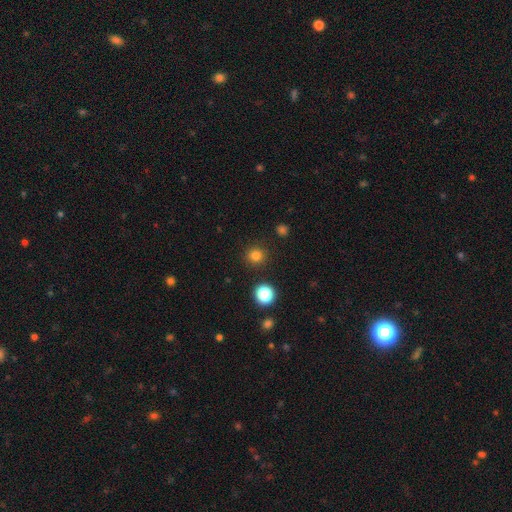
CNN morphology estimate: smooth_or_featured: smooth (p=0.79) [alt: star or artifact p=0.16]
how_rounded: round (p=0.92) [alt: in between p=0.07]
merging: none (p=0.90) [alt: minor disturbance p=0.06]